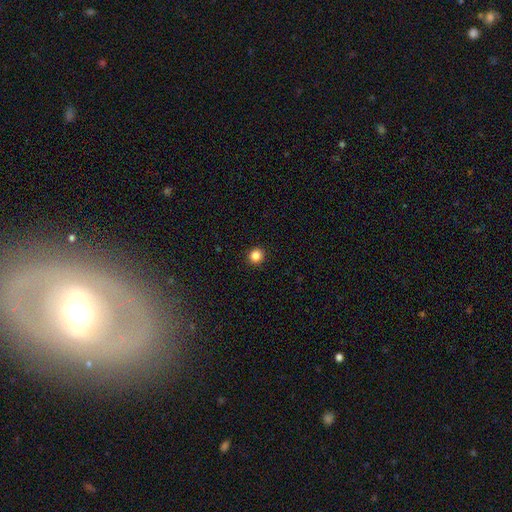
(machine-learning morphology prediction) This appears to be a smooth galaxy with no disk features (85%) that is round (92%). Merging: none (93%).